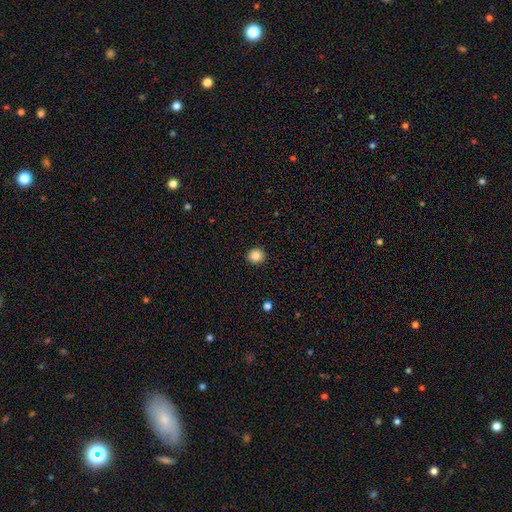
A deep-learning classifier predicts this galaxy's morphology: smooth-or-featured: smooth: 87% | star or artifact: 10% | featured or disk: 4%
  how-rounded: round: 91% | in between: 8% | cigar-shaped: 1%
  merging: none: 92% | minor disturbance: 5% | major disturbance: 2% | merger: 1%